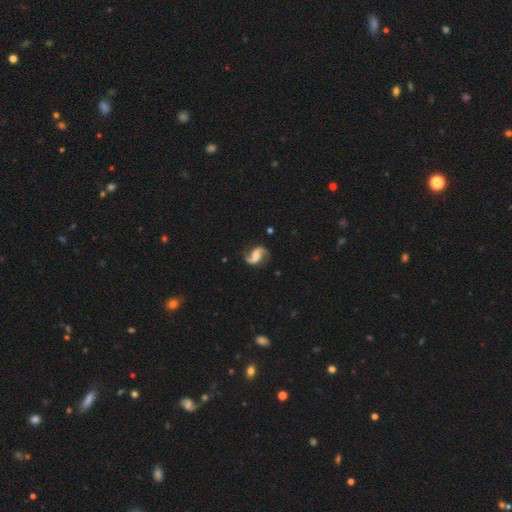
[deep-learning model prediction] featured or disk 91%, smooth 5%, star or artifact 5%. Down the decision tree: edge-on disk — no (98%); bar — no (43%); spiral arms — yes (98%); spiral arm count — 2 (94%); spiral winding — loose (55%); bulge size — moderate (45%); merging — none (82%).